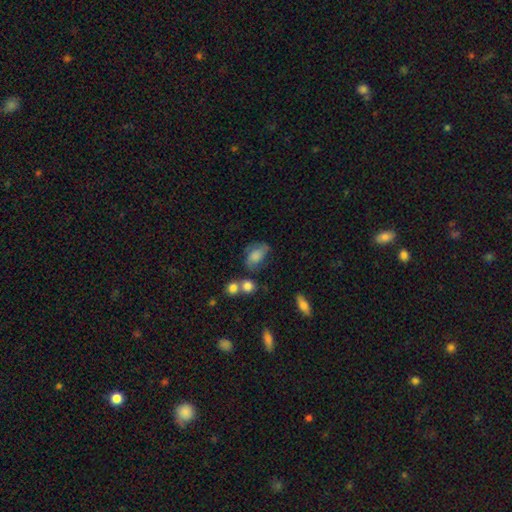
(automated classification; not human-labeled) Smooth or featured: smooth — 63% (featured or disk — 27%)
How rounded: in between — 81% (round — 17%)
Merging: none — 43% (minor disturbance — 29%)